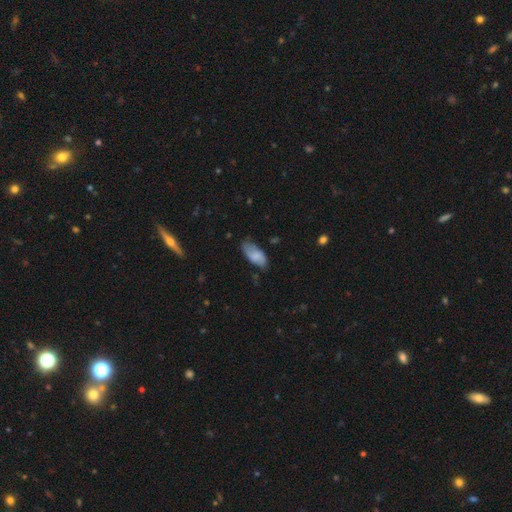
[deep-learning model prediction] Morphology: type=smooth (74%); roundness=in between (90%); merging=none (65%).